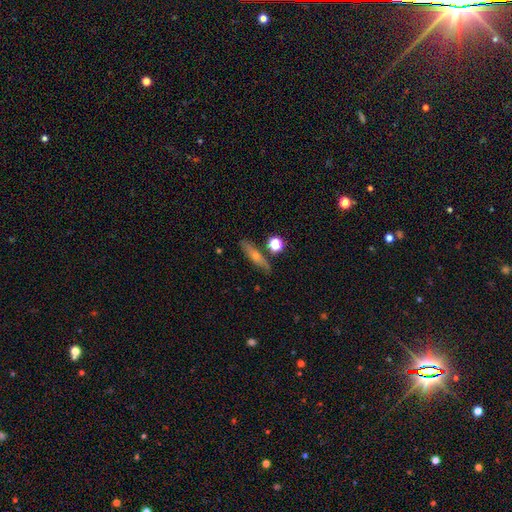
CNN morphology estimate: smooth_or_featured: smooth (p=0.46) [alt: featured or disk p=0.44]
merging: none (p=0.79) [alt: minor disturbance p=0.11]